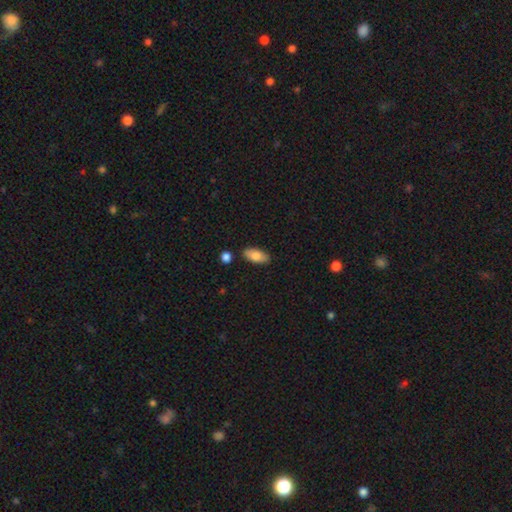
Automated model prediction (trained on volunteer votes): This appears to be a smooth galaxy with no disk features (80%) that is in between round and cigar-shaped (89%). Merging: none (84%).